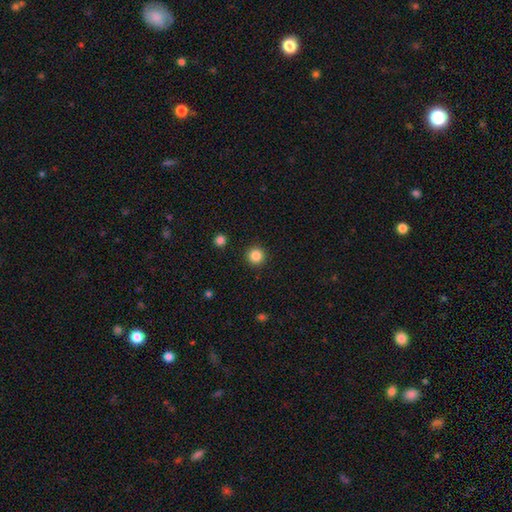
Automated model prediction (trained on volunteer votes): This is clearly a smooth galaxy (85%). How rounded: clearly round (96%). Merging: clearly none (93%).